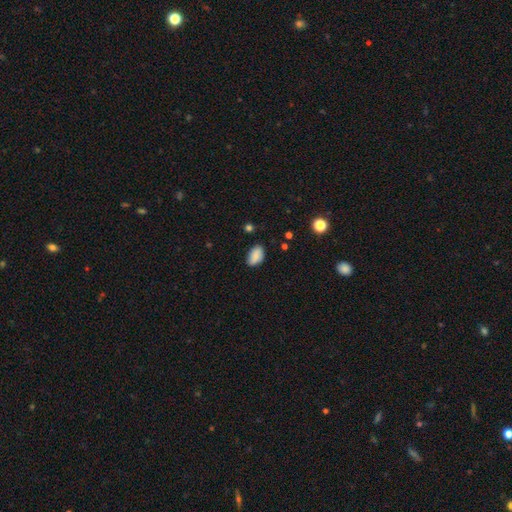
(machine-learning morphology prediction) smooth 84%, star or artifact 8%, featured or disk 8%. Down the decision tree: how rounded — in between (92%); merging — none (74%).